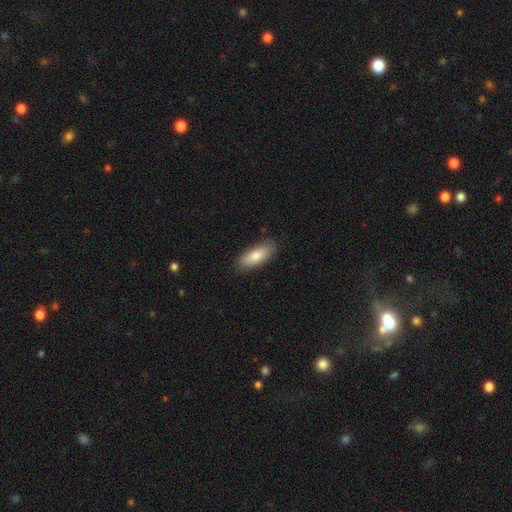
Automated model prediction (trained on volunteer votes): A smooth galaxy with no disk features (81%) that is in between round and cigar-shaped (74%).

Vote fractions:
- Smooth or featured? smooth: 81% / featured or disk: 13% / star or artifact: 6%
- How rounded? in between: 74% / cigar-shaped: 24% / round: 2%
- Merging? none: 87% / minor disturbance: 10% / major disturbance: 2% / merger: 1%